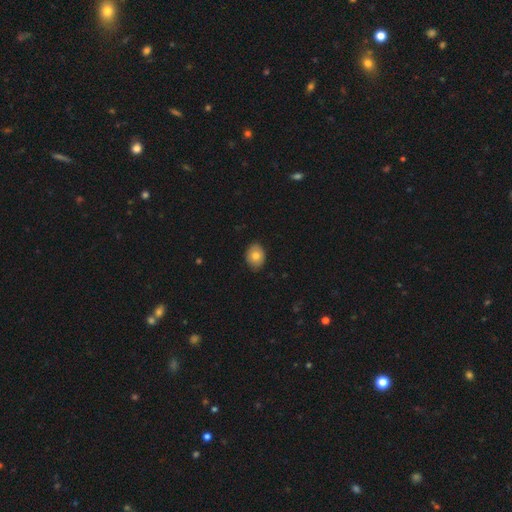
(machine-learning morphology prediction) This appears to be a smooth galaxy with no disk features (77%) that is in between round and cigar-shaped (58%). Merging: none (85%).